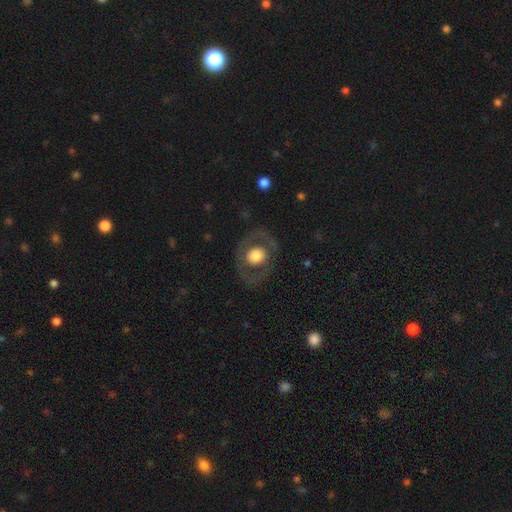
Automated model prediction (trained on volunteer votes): smooth_or_featured: smooth (p=0.52) [alt: featured or disk p=0.41]
how_rounded: round (p=0.68) [alt: in between p=0.31]
merging: none (p=0.78) [alt: minor disturbance p=0.12]